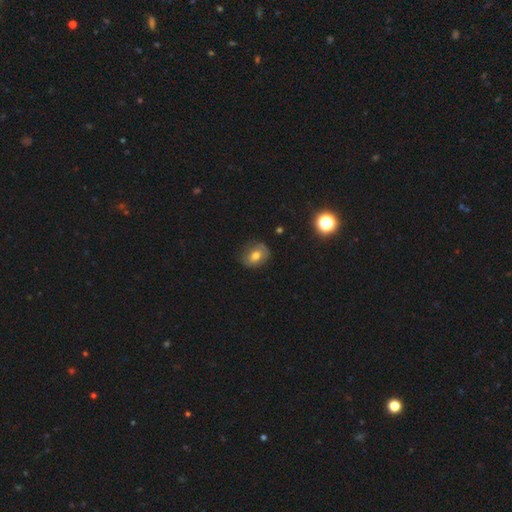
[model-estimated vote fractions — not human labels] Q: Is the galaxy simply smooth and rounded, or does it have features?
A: smooth — 63%.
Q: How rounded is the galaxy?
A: in between — 57%.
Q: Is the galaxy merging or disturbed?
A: none — 71%.